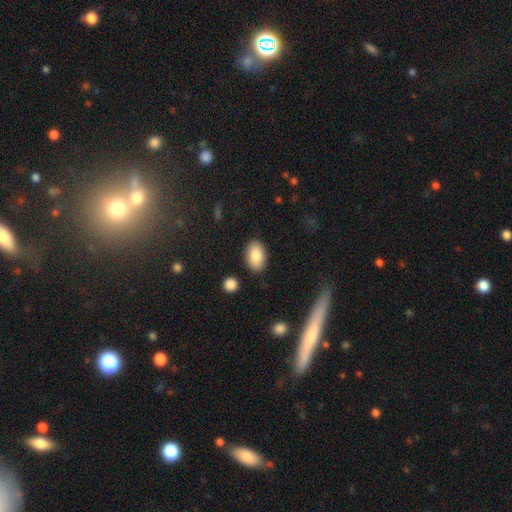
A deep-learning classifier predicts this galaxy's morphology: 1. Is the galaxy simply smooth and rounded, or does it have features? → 85% smooth, 8% featured or disk, 7% star or artifact.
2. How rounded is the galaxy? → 89% in between, 10% round, 1% cigar-shaped.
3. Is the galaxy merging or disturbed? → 87% none, 9% minor disturbance, 2% major disturbance, 2% merger.